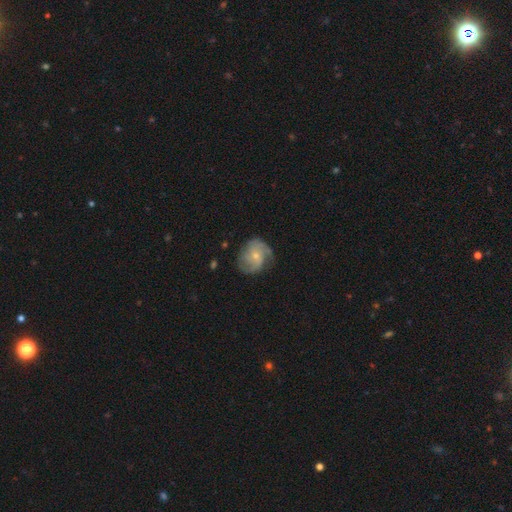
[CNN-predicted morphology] Smooth or featured? Predicted: featured or disk (p=0.73). Edge-on disk? Predicted: no (p=0.98). Bar? Predicted: no (p=0.70). Spiral arms? Predicted: yes (p=0.92). Spiral winding? Predicted: medium (p=0.44). Spiral arm count? Predicted: 2 (p=0.42). Bulge size? Predicted: small (p=0.63). Merging? Predicted: none (p=0.63).